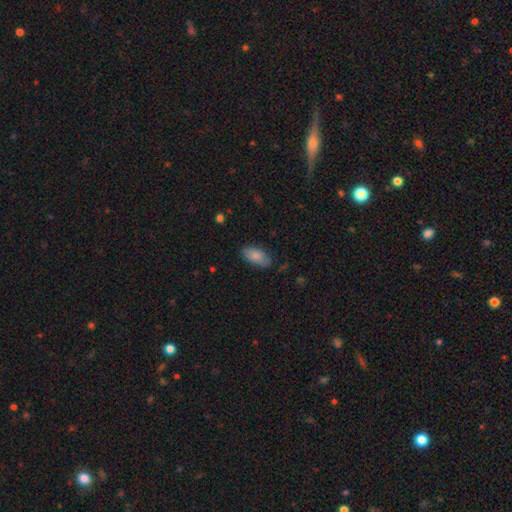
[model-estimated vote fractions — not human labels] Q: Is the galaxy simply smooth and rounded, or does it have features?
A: smooth — 83%.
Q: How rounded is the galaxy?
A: in between — 92%.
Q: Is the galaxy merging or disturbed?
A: none — 73%.